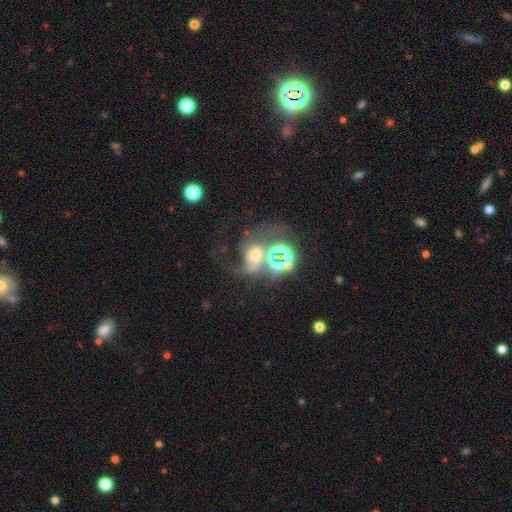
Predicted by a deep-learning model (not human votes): Overall: featured or disk (57%; star or artifact 26%). Edge-on disk: no (97%). Bar: no (61%; weak 27%). Spiral arms: yes (83%). Bulge size: moderate (50%; small 22%). Merging: none (30%, tied with major disturbance).